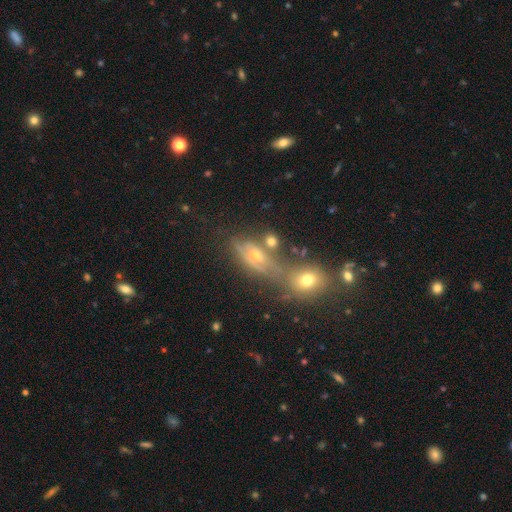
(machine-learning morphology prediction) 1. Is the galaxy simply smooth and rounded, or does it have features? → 45% featured or disk, 36% smooth, 19% star or artifact.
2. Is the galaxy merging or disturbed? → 41% none, 32% merger, 16% minor disturbance, 11% major disturbance.